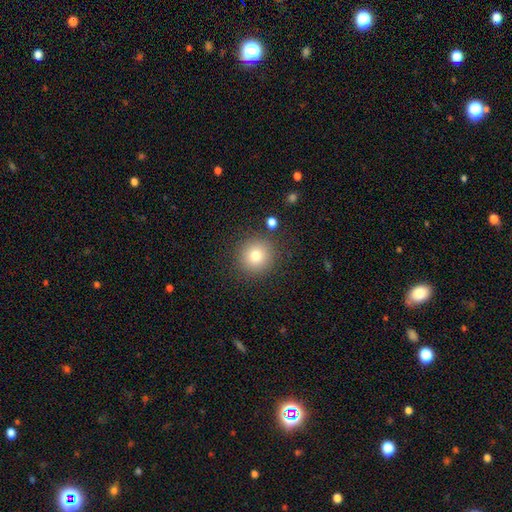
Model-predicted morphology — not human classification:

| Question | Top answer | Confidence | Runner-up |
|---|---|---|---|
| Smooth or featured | smooth | 78% | star or artifact (12%) |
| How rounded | round | 93% | in between (6%) |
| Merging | none | 88% | minor disturbance (7%) |